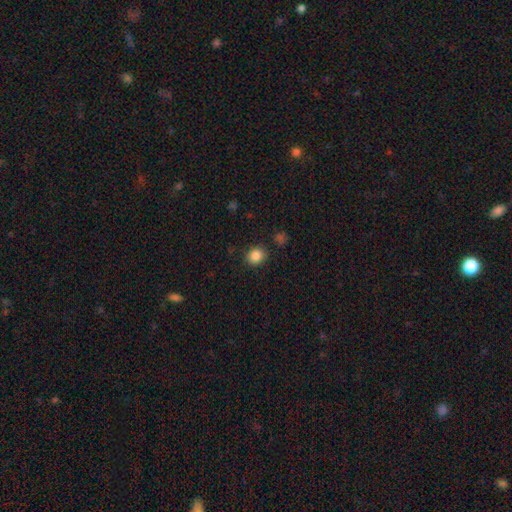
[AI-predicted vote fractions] Smooth or featured?
  - smooth: 85% *
  - star or artifact: 10%
  - featured or disk: 4%
How rounded?
  - round: 73% *
  - in between: 26%
  - cigar-shaped: 1%
Merging?
  - none: 86% *
  - minor disturbance: 9%
  - major disturbance: 3%
  - merger: 2%